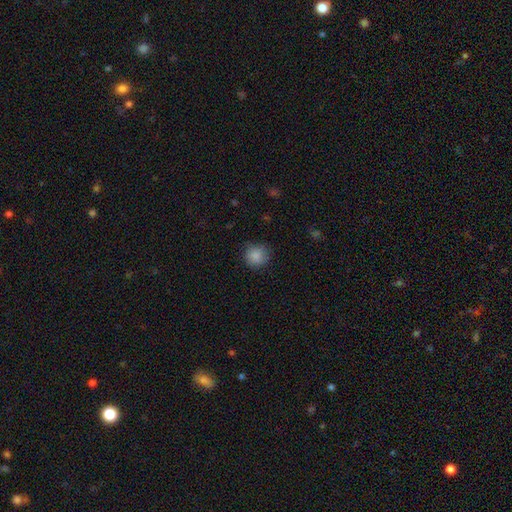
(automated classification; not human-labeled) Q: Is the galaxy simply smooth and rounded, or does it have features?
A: smooth — 87%.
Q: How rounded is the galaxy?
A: round — 90%.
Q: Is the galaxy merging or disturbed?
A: none — 82%.